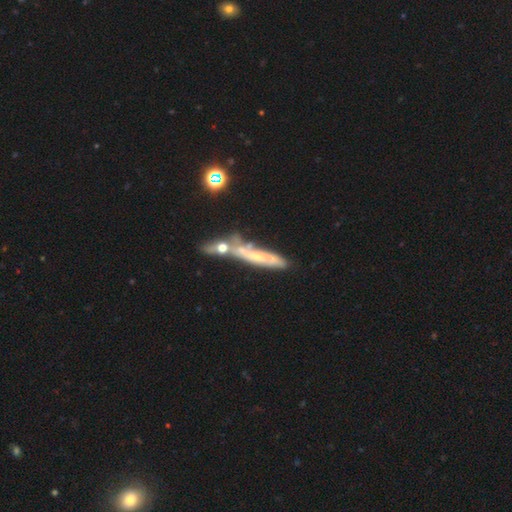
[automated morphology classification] Smooth or featured?
  - featured or disk: 62% *
  - smooth: 28%
  - star or artifact: 10%
Edge-on disk?
  - yes: 57% *
  - no: 43%
Merging?
  - none: 42% *
  - merger: 31%
  - minor disturbance: 18%
  - major disturbance: 9%